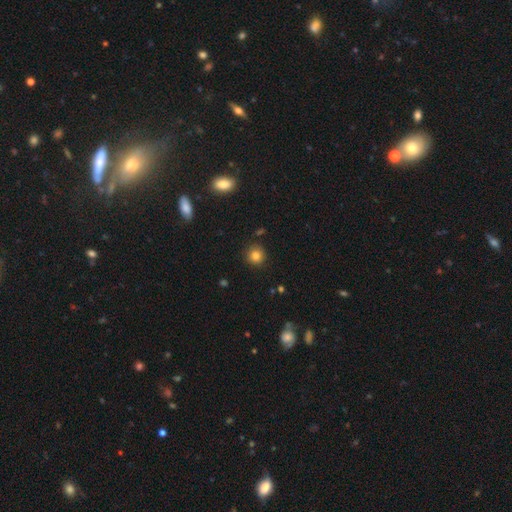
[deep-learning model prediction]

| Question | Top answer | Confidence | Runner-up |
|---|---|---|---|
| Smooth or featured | smooth | 83% | star or artifact (11%) |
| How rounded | round | 92% | in between (7%) |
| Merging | none | 88% | minor disturbance (8%) |